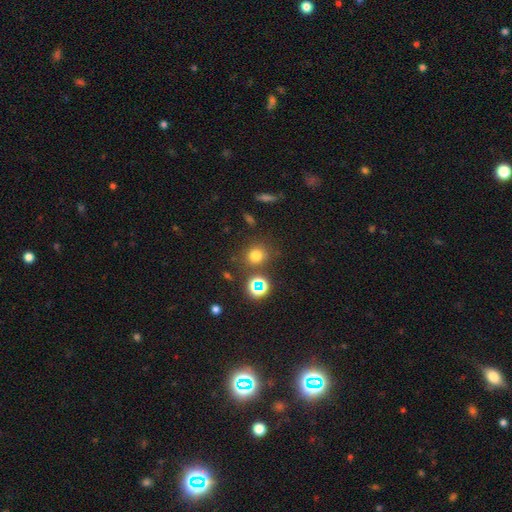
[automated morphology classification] Smooth or featured? Predicted: smooth (p=0.71). How rounded? Predicted: round (p=0.82). Merging? Predicted: none (p=0.78).